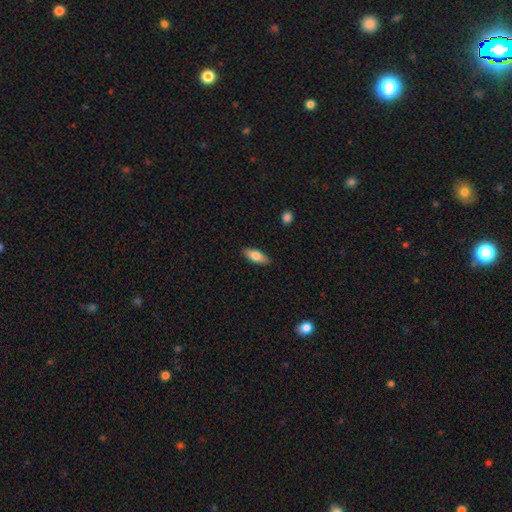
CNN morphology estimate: The model was most divided on "how rounded": in between: 75%, cigar-shaped: 23%, round: 2%. More confident: merging — none (88%); smooth or featured — smooth (76%).